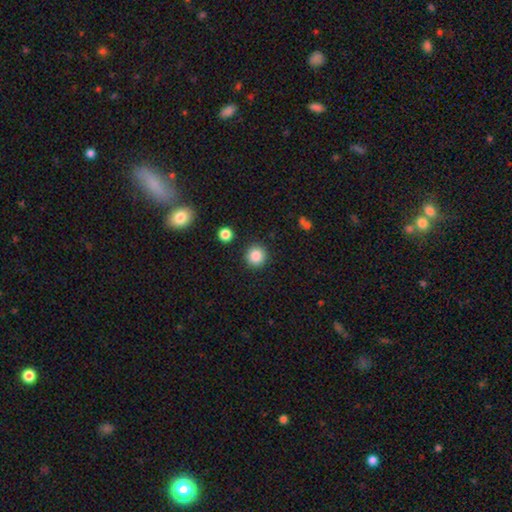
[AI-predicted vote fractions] Smooth or featured?
  - smooth: 87% *
  - star or artifact: 10%
  - featured or disk: 4%
How rounded?
  - round: 93% *
  - in between: 6%
  - cigar-shaped: 1%
Merging?
  - none: 90% *
  - minor disturbance: 6%
  - major disturbance: 2%
  - merger: 2%